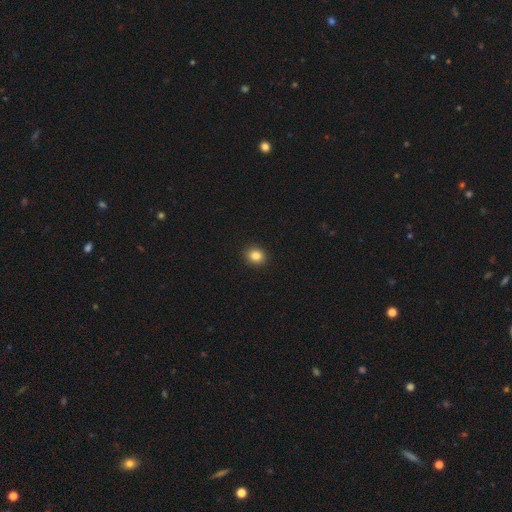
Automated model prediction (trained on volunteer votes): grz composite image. It shows a smooth galaxy with no disk features (85%) that is round (69%). Merging: none (92%).